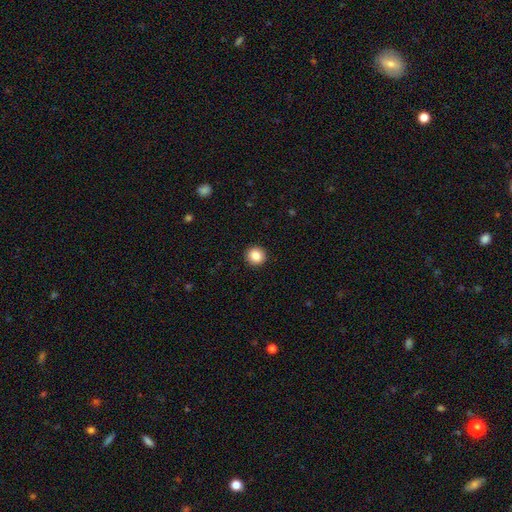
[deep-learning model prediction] smooth_or_featured: smooth (p=0.86) [alt: star or artifact p=0.09]
how_rounded: round (p=0.94) [alt: in between p=0.05]
merging: none (p=0.93) [alt: minor disturbance p=0.04]